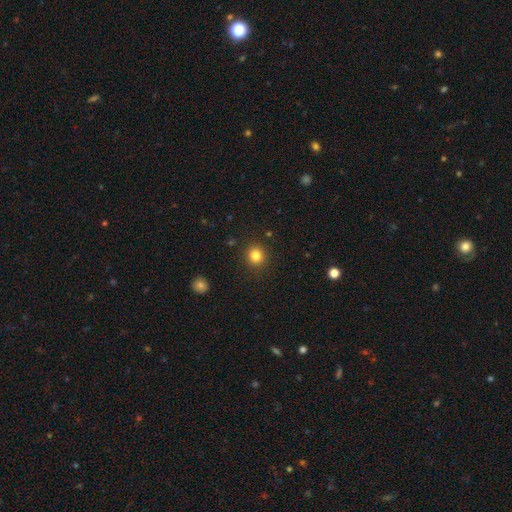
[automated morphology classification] Smooth or featured?
  - smooth: 83% *
  - star or artifact: 12%
  - featured or disk: 5%
How rounded?
  - round: 92% *
  - in between: 7%
  - cigar-shaped: 1%
Merging?
  - none: 91% *
  - minor disturbance: 6%
  - major disturbance: 2%
  - merger: 1%